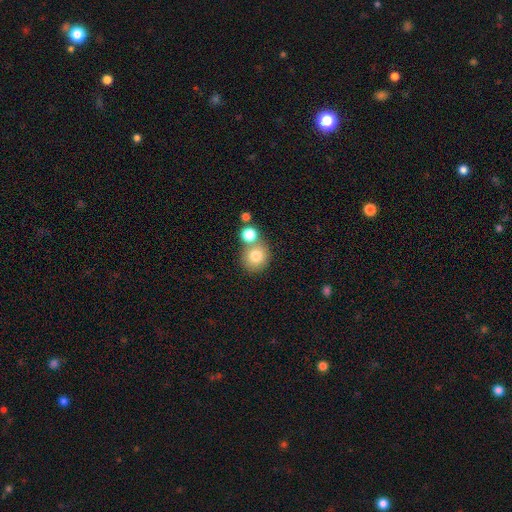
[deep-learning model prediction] This appears to be a smooth galaxy with no disk features (79%) that is round (83%). Merging: none (50%).